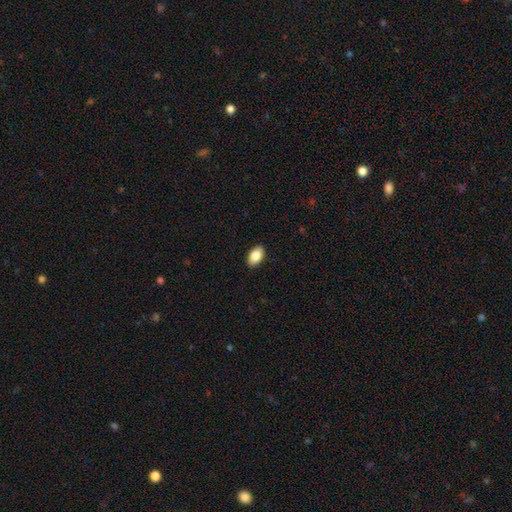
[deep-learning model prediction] Q: Smooth or featured?
A: smooth (87%); runner-up: star or artifact (7%)
Q: How rounded?
A: in between (93%); runner-up: round (6%)
Q: Merging?
A: none (90%); runner-up: minor disturbance (8%)